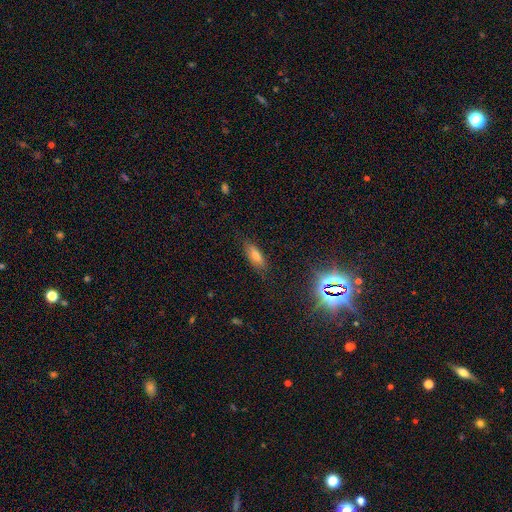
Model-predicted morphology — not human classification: Smooth or featured? smooth (71%)
How rounded? in between (72%)
Merging? none (82%)